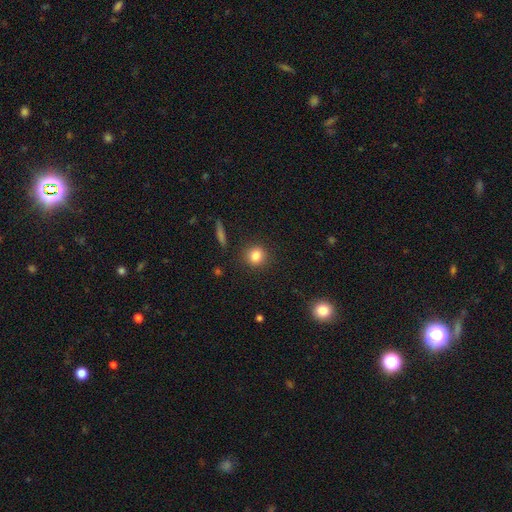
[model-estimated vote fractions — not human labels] A smooth galaxy with no disk features (83%) that is round (86%). Merging: none (90%).